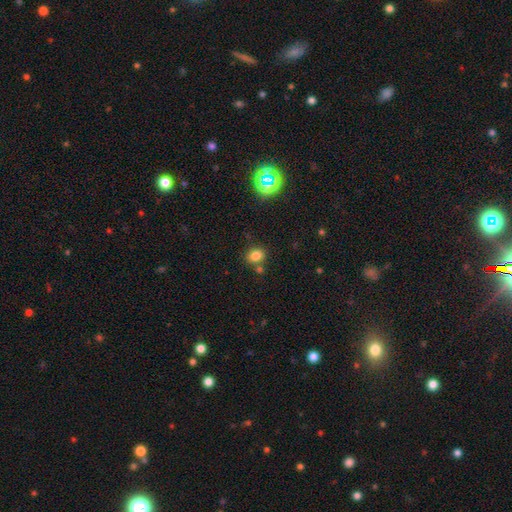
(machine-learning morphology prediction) The model was most divided on "how rounded": round: 63%, in between: 36%, cigar-shaped: 1%. More confident: smooth or featured — smooth (79%); merging — none (71%).